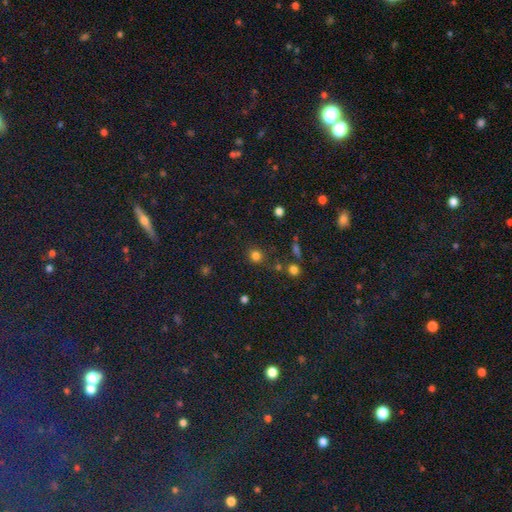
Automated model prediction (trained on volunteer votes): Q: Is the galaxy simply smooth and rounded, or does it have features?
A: smooth — 79%.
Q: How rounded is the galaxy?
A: round — 89%.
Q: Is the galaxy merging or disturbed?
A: none — 80%.